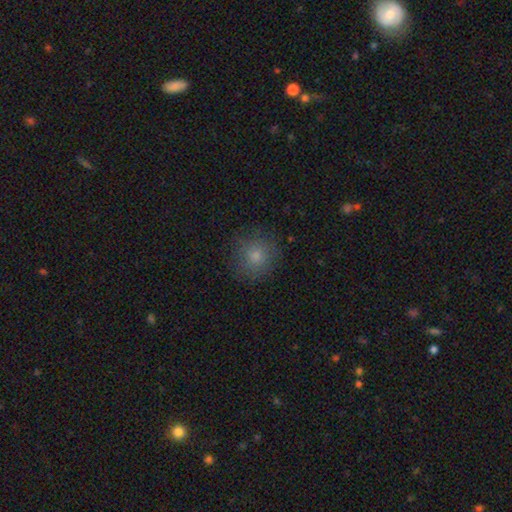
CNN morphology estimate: A smooth galaxy with no disk features (81%) that is round (91%).

Vote fractions:
- Smooth or featured? smooth: 81% / star or artifact: 12% / featured or disk: 8%
- How rounded? round: 91% / in between: 8% / cigar-shaped: 1%
- Merging? none: 85% / minor disturbance: 11% / major disturbance: 4% / merger: 1%